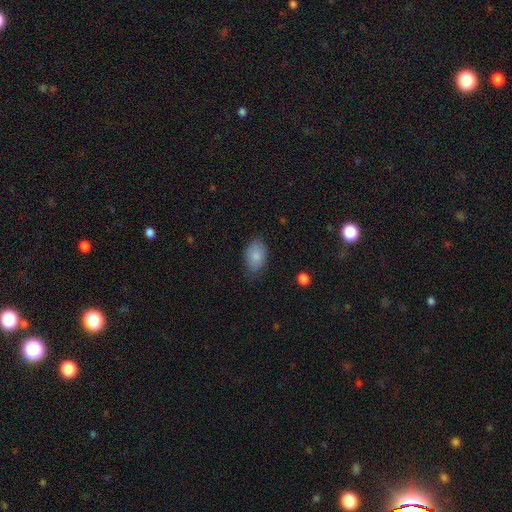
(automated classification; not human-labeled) smooth 85%, featured or disk 8%, star or artifact 7%. Down the decision tree: how rounded — in between (89%); merging — none (76%).